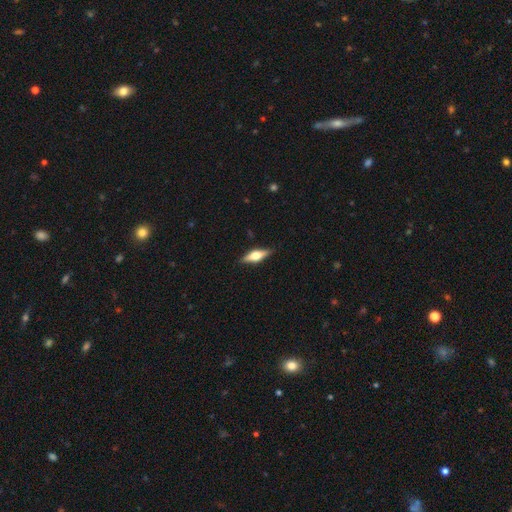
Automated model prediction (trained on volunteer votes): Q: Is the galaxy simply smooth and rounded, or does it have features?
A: featured or disk — 57%.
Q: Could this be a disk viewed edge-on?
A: yes — 95%.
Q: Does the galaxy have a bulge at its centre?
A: rounded — 92%.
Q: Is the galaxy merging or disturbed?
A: none — 87%.